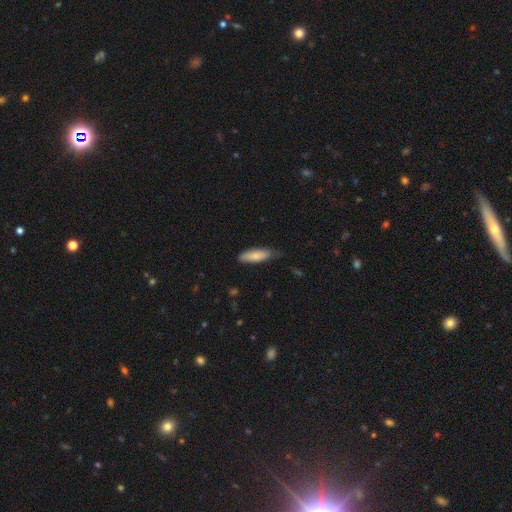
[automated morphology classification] Smooth or featured?
  - smooth: 81% *
  - featured or disk: 14%
  - star or artifact: 6%
How rounded?
  - in between: 50% *
  - cigar-shaped: 48%
  - round: 2%
Merging?
  - none: 60% *
  - minor disturbance: 33%
  - major disturbance: 5%
  - merger: 2%